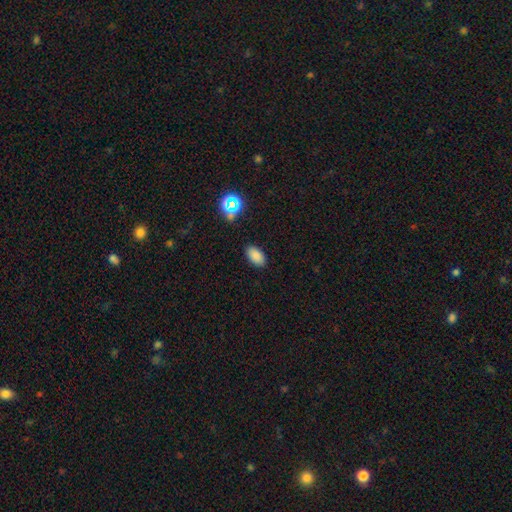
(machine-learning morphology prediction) type=smooth (82%); roundness=in between (93%); merging=none (87%).